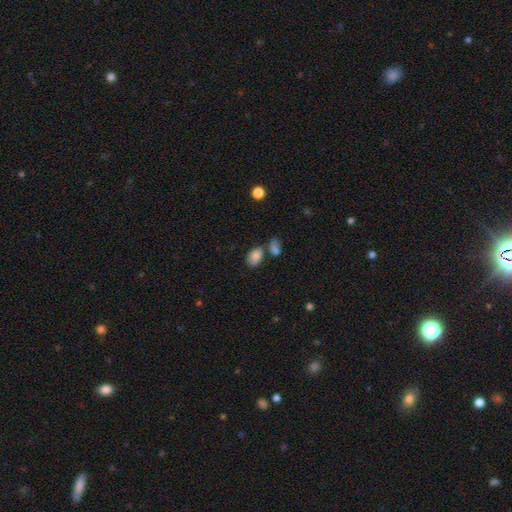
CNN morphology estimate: This is clearly a smooth galaxy (83%). How rounded: clearly in between (88%). Merging: possibly none (56%).